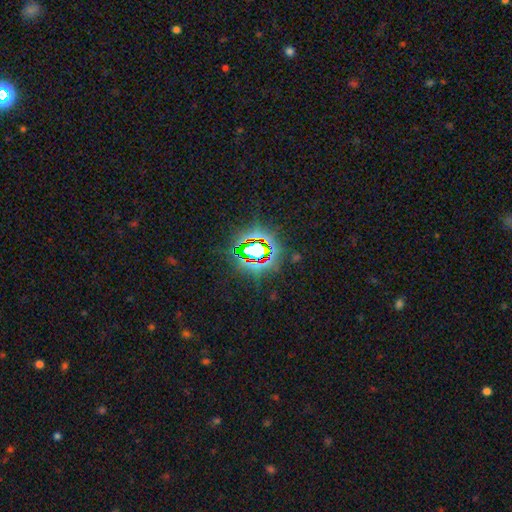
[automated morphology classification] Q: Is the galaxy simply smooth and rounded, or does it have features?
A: star or artifact — 73%.